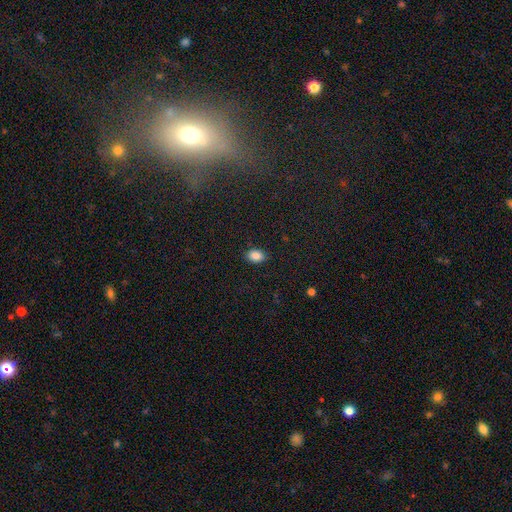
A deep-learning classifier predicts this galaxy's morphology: Smooth or featured? Predicted: smooth (p=0.86). How rounded? Predicted: in between (p=0.76). Merging? Predicted: none (p=0.88).